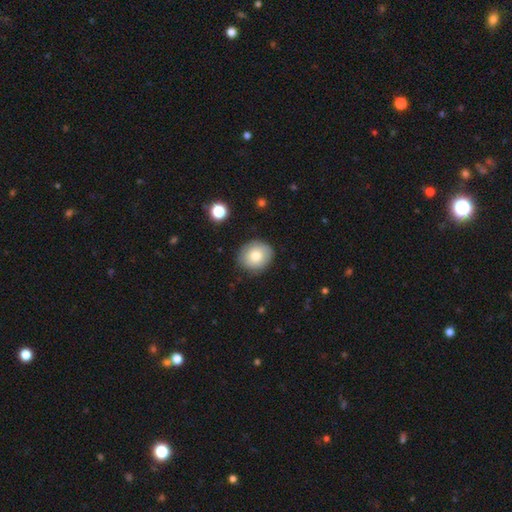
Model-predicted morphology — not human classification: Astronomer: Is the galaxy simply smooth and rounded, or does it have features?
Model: smooth — 73%.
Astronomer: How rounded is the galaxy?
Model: round — 79%.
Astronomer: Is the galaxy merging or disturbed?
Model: none — 83%.